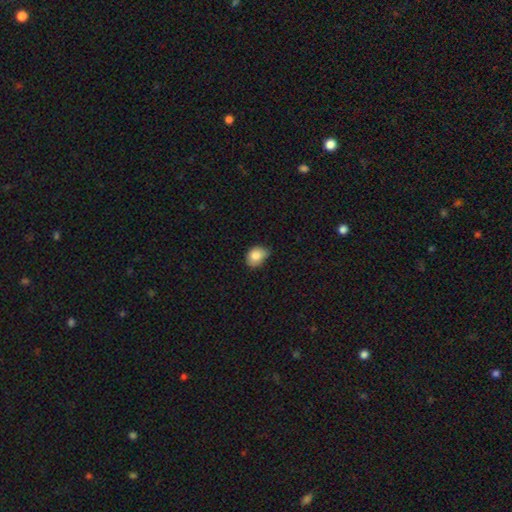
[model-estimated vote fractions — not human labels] A smooth galaxy with no disk features (83%) that is in between round and cigar-shaped (57%).

Vote fractions:
- Smooth or featured? smooth: 83% / star or artifact: 9% / featured or disk: 8%
- How rounded? in between: 57% / round: 42% / cigar-shaped: 1%
- Merging? none: 50% / minor disturbance: 42% / major disturbance: 7% / merger: 2%